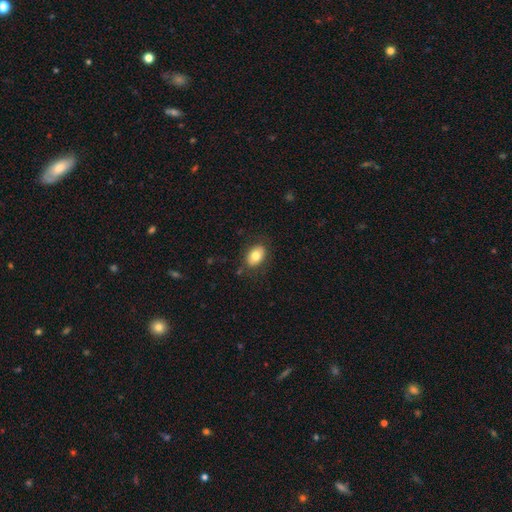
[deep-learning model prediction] A smooth galaxy with no disk features (78%) that is in between round and cigar-shaped (82%). Merging: none (83%).